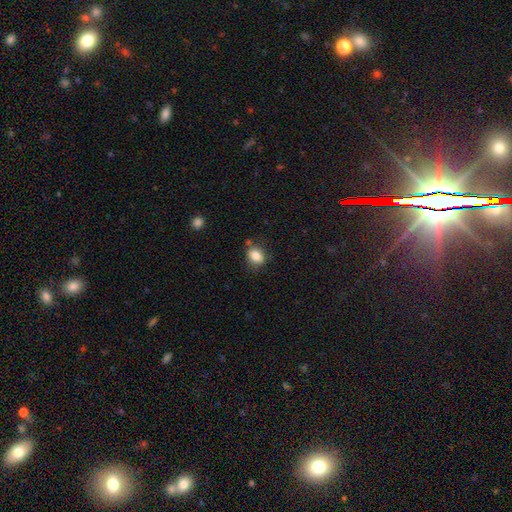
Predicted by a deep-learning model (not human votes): smooth_or_featured: smooth (p=0.84) [alt: star or artifact p=0.09]
how_rounded: in between (p=0.61) [alt: round p=0.37]
merging: none (p=0.73) [alt: minor disturbance p=0.18]